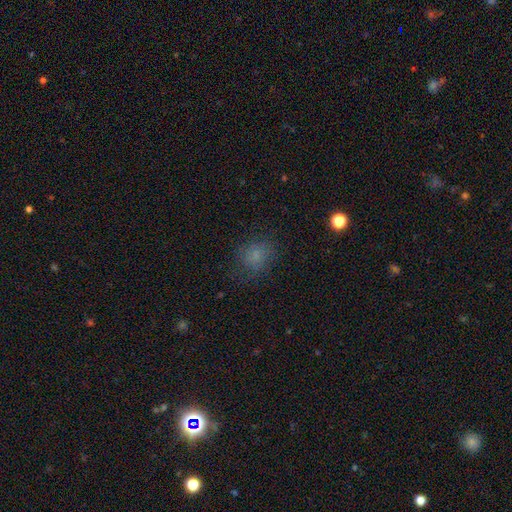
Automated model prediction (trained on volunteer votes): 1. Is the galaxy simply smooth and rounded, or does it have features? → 73% smooth, 17% star or artifact, 10% featured or disk.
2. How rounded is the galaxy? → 67% round, 32% in between, 1% cigar-shaped.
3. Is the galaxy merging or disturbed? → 72% none, 17% minor disturbance, 9% major disturbance, 1% merger.